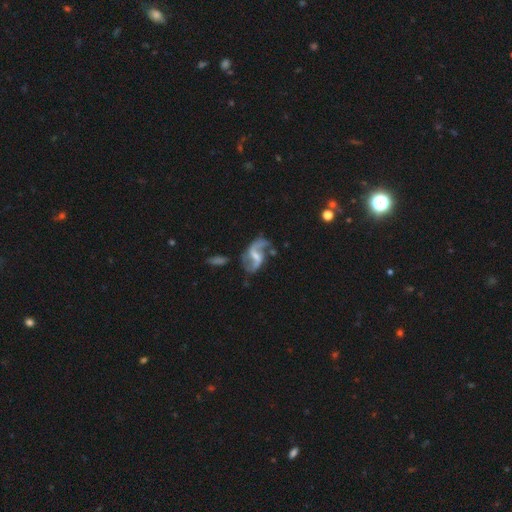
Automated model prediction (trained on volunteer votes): Morphology: type=featured or disk (87%); edge-on=no (98%); bar=weak (53%); spiral arms=yes (94%); winding=loose (71%); arm count=2 (90%); bulge=small (45%); merging=none (57%).